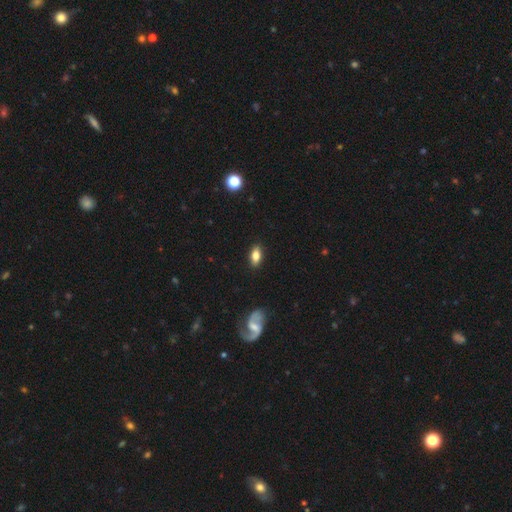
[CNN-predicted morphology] Overall: smooth (75%). How rounded: in between (86%). Merging: none (88%).